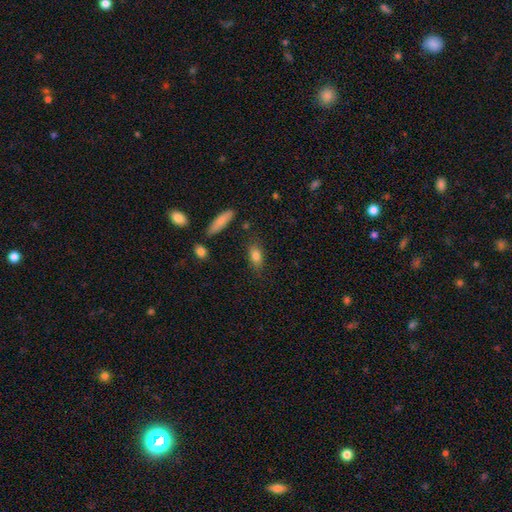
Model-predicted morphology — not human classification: smooth 80%, featured or disk 11%, star or artifact 9%. Down the decision tree: how rounded — in between (80%); merging — none (79%).